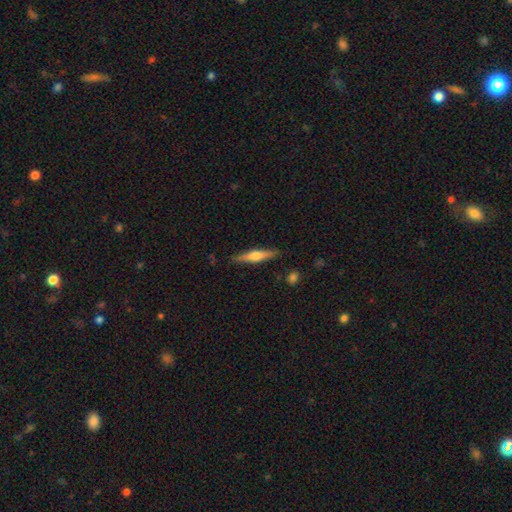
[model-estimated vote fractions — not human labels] A featured or disk galaxy (55%) viewed edge-on (96%) with a rounded central bulge (82%).

Vote fractions:
- Smooth or featured? featured or disk: 55% / smooth: 40% / star or artifact: 6%
- Edge-on disk? yes: 96% / no: 4%
- Edge-on bulge? rounded: 82% / boxy: 12% / none: 7%
- Merging? none: 87% / minor disturbance: 10% / major disturbance: 2% / merger: 1%